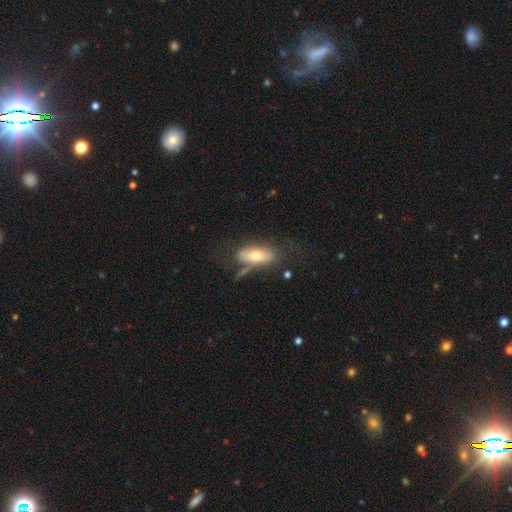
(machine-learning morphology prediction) Q: Smooth or featured?
A: smooth (59%); runner-up: featured or disk (34%)
Q: How rounded?
A: in between (82%); runner-up: cigar-shaped (15%)
Q: Merging?
A: none (48%); runner-up: minor disturbance (23%)